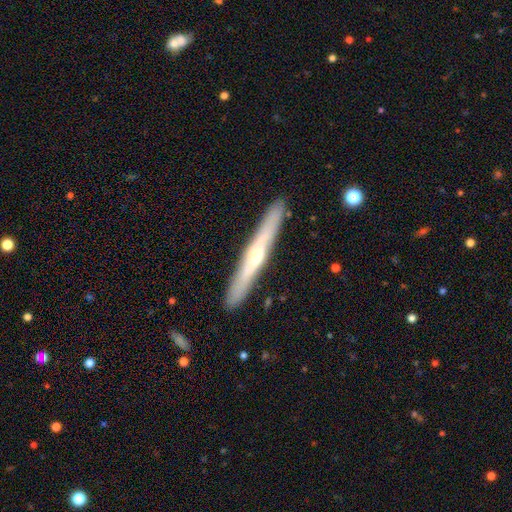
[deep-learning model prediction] The model was most divided on "smooth or featured": featured or disk: 64%, smooth: 30%, star or artifact: 6%. More confident: edge-on disk — yes (95%); merging — none (91%); edge-on bulge — rounded (77%).